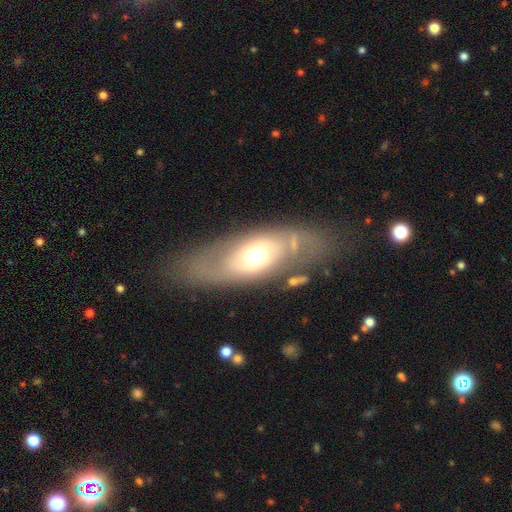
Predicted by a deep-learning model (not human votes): This appears to be a featured or disk galaxy (51%). Merging: none (66%).